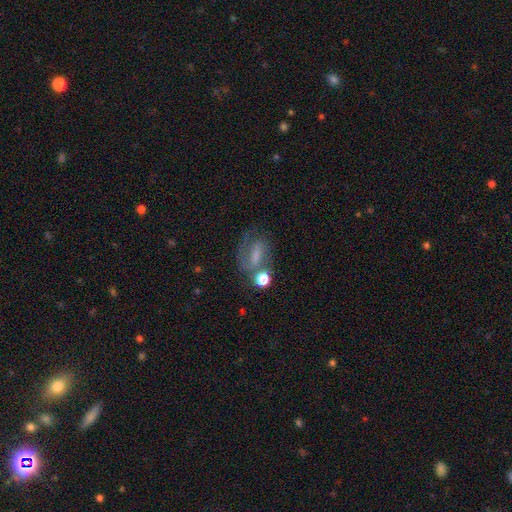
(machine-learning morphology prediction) type=featured or disk (49%); merging=none (45%).